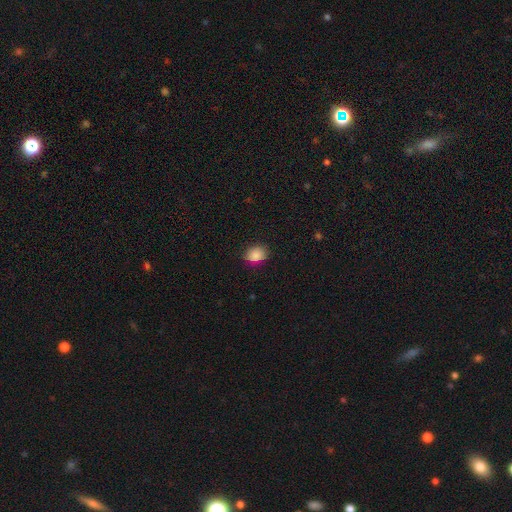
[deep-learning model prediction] This is clearly a smooth galaxy (86%). How rounded: possibly round (53%). Merging: clearly none (82%).